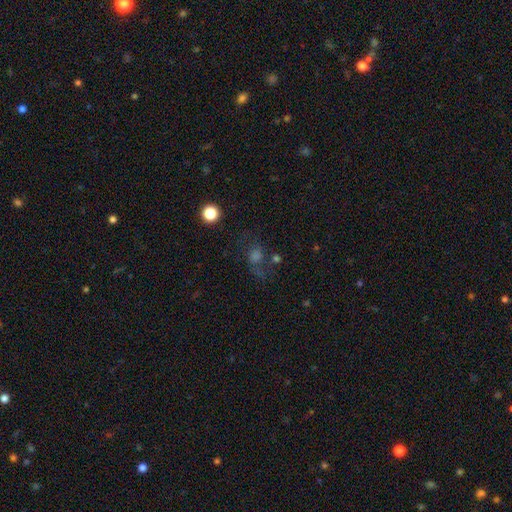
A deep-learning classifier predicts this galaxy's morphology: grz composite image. It shows a smooth galaxy with no disk features (39%). Merging: none (46%).